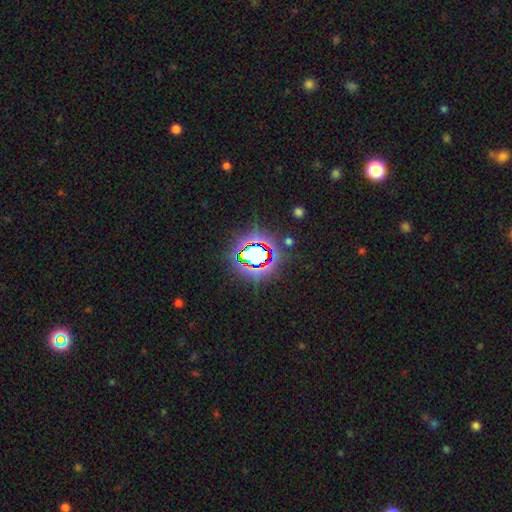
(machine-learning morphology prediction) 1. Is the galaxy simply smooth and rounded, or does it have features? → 67% star or artifact, 21% smooth, 12% featured or disk.